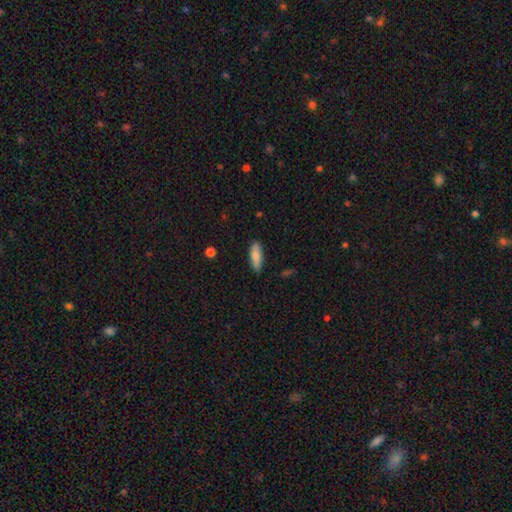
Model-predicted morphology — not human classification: This appears to be a smooth galaxy with no disk features (80%) that is in between round and cigar-shaped (53%). Merging: none (84%).